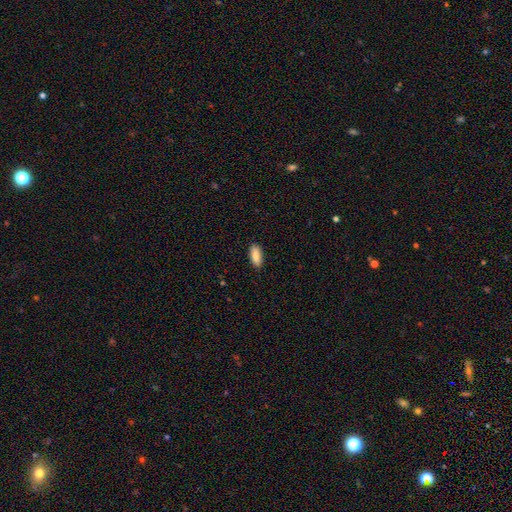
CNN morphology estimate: Smooth or featured? Predicted: smooth (p=0.87). How rounded? Predicted: in between (p=0.81). Merging? Predicted: none (p=0.89).